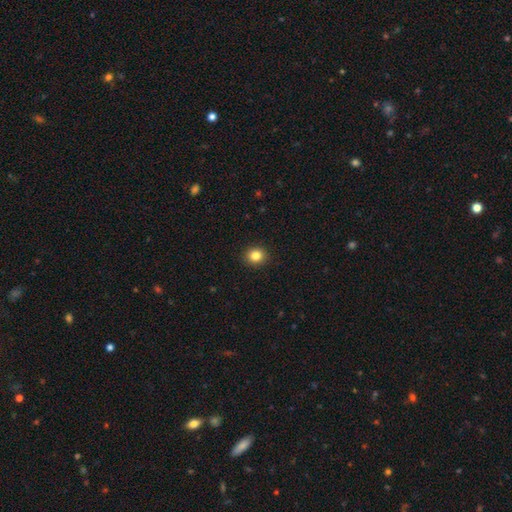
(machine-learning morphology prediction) Overall: smooth (84%). How rounded: round (82%). Merging: none (92%).